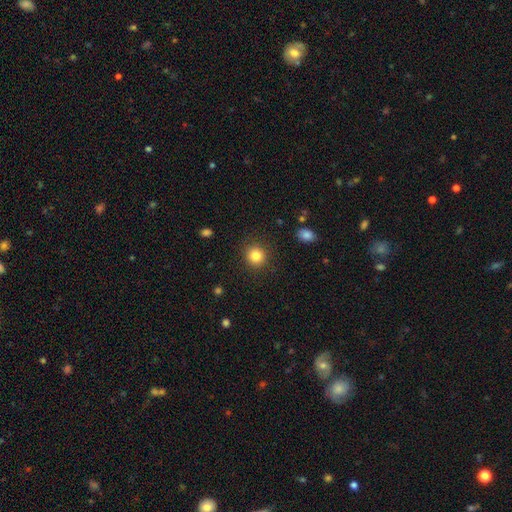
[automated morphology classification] Smooth or featured?
  - smooth: 84% *
  - star or artifact: 11%
  - featured or disk: 6%
How rounded?
  - round: 91% *
  - in between: 9%
  - cigar-shaped: 1%
Merging?
  - none: 89% *
  - minor disturbance: 7%
  - major disturbance: 3%
  - merger: 1%